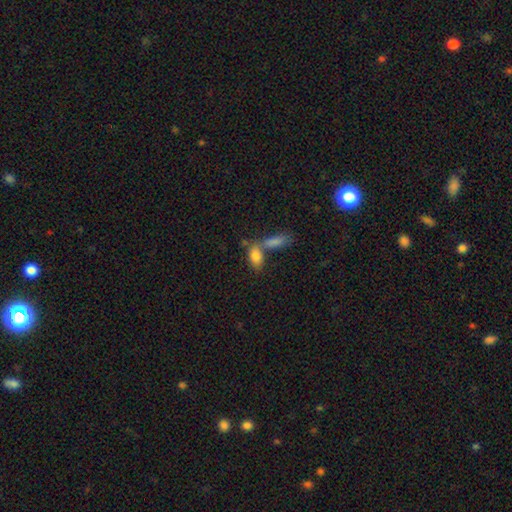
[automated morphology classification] smooth-or-featured: smooth: 82% | featured or disk: 10% | star or artifact: 8%
  how-rounded: in between: 86% | cigar-shaped: 9% | round: 5%
  merging: merger: 46% | none: 39% | minor disturbance: 10% | major disturbance: 5%